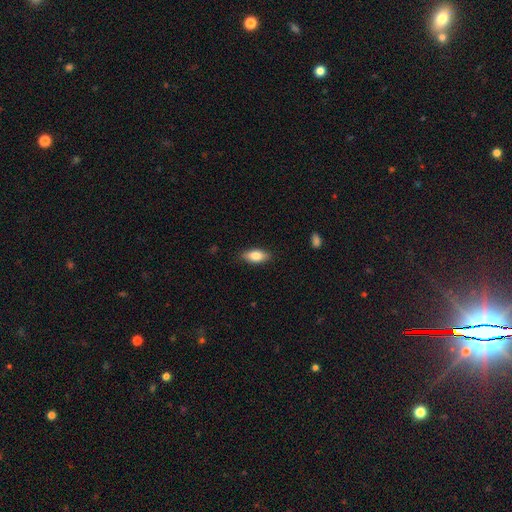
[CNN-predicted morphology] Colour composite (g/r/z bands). It shows a smooth galaxy with no disk features (80%) that is in between round and cigar-shaped (85%). Merging: none (86%).